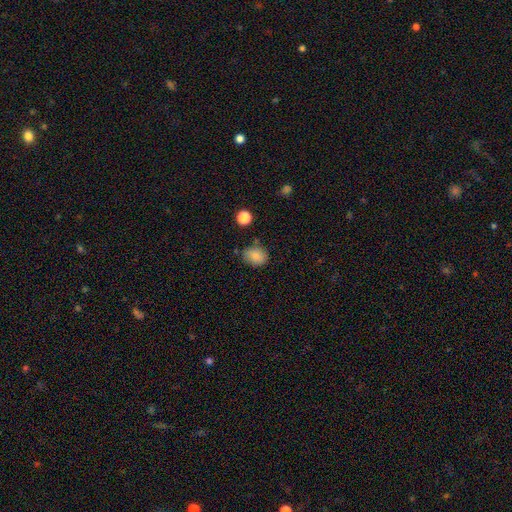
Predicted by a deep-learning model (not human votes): The model was most divided on "how rounded": in between: 58%, round: 41%, cigar-shaped: 1%. More confident: smooth or featured — smooth (84%); merging — none (72%).